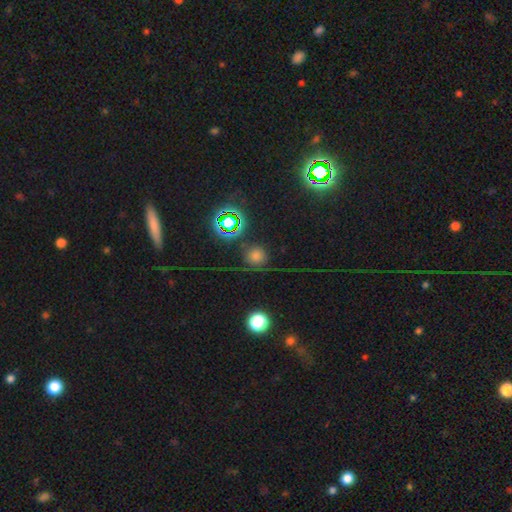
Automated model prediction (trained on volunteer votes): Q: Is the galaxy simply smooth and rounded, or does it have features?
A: smooth — 56%.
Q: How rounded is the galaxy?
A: round — 92%.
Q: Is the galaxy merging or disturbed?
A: none — 74%.